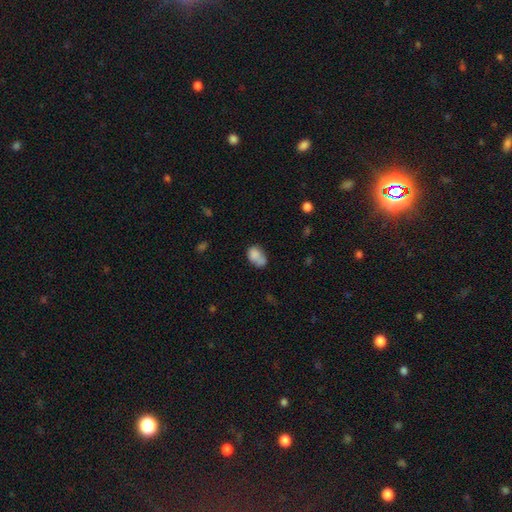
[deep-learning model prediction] Smooth or featured: smooth — 78% (featured or disk — 13%)
How rounded: in between — 81% (round — 18%)
Merging: none — 37% (merger — 27%)